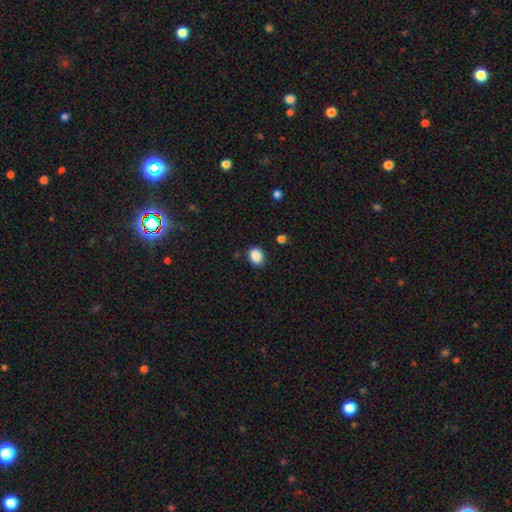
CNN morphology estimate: Smooth or featured? Predicted: smooth (p=0.88). How rounded? Predicted: round (p=0.54). Merging? Predicted: none (p=0.82).